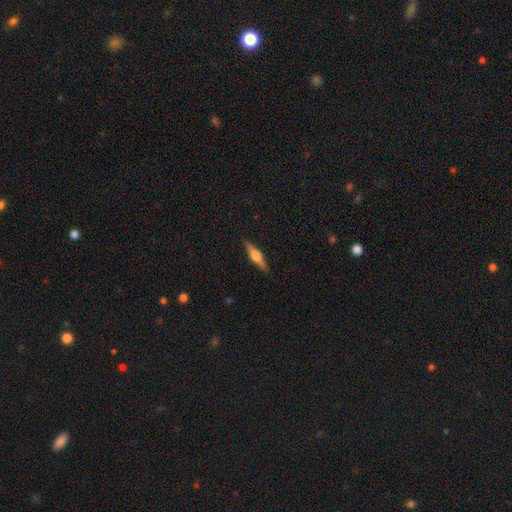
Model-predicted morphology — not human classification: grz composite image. It shows a featured or disk galaxy (67%) viewed edge-on (97%) with a rounded central bulge (91%). Merging: none (90%).